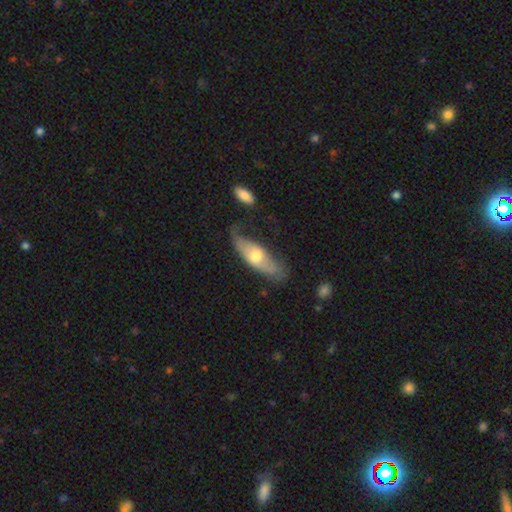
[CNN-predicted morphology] type=featured or disk (49%); merging=none (48%).